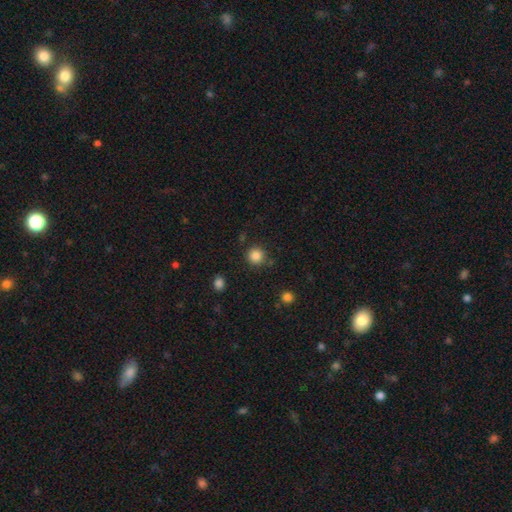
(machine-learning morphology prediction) The model was most divided on "merging": none: 82%, minor disturbance: 10%, merger: 5%, major disturbance: 3%. More confident: how rounded — round (94%); smooth or featured — smooth (85%).